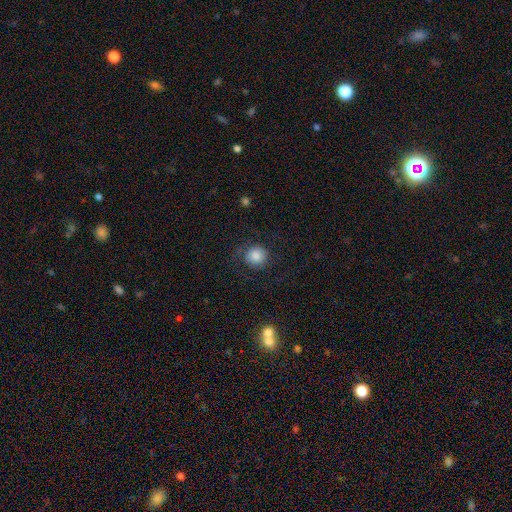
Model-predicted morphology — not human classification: Overall: smooth (75%). How rounded: round (90%). Merging: none (75%).